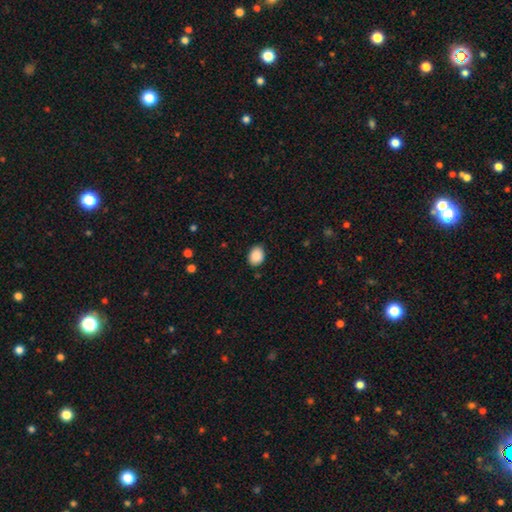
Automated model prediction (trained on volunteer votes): A smooth galaxy with no disk features (89%) that is in between round and cigar-shaped (68%).

Vote fractions:
- Smooth or featured? smooth: 89% / star or artifact: 8% / featured or disk: 4%
- How rounded? in between: 68% / round: 31% / cigar-shaped: 1%
- Merging? none: 84% / minor disturbance: 12% / major disturbance: 2% / merger: 1%